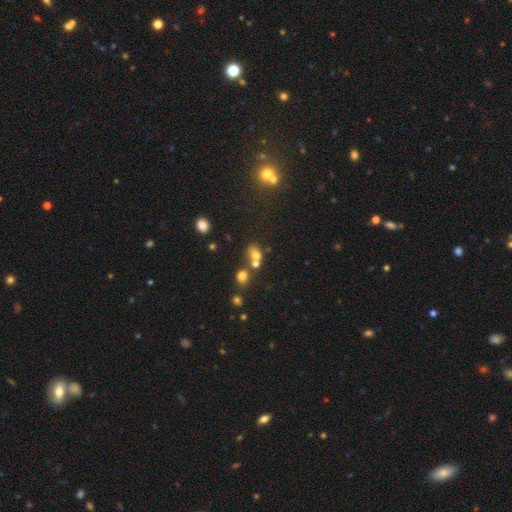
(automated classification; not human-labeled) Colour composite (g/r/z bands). It shows a smooth galaxy with no disk features (66%) that is in between round and cigar-shaped (51%). Merging: none (46%).